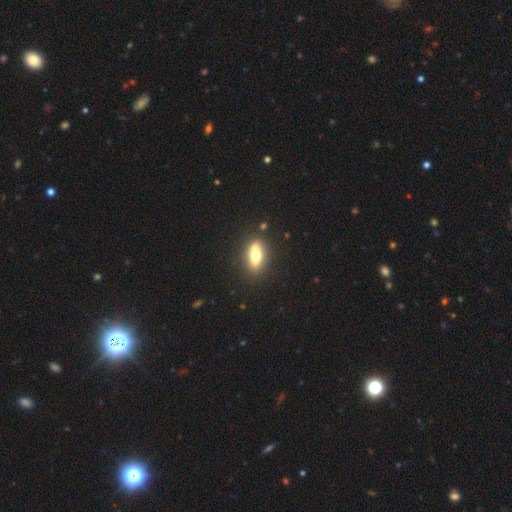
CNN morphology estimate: Smooth or featured? Predicted: smooth (p=0.62). How rounded? Predicted: in between (p=0.76). Merging? Predicted: none (p=0.79).